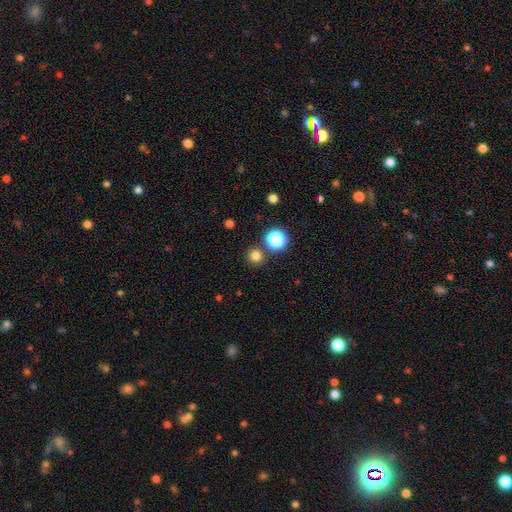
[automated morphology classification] A smooth galaxy with no disk features (77%) that is round (95%). Merging: none (85%).